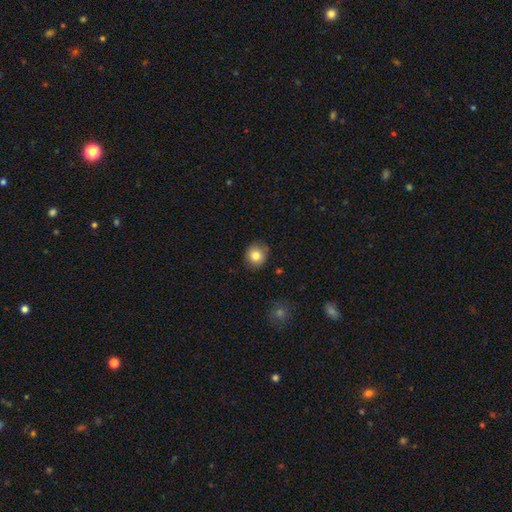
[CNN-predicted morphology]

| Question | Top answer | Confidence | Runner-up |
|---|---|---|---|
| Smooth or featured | smooth | 82% | star or artifact (10%) |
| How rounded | round | 84% | in between (15%) |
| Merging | none | 85% | minor disturbance (11%) |